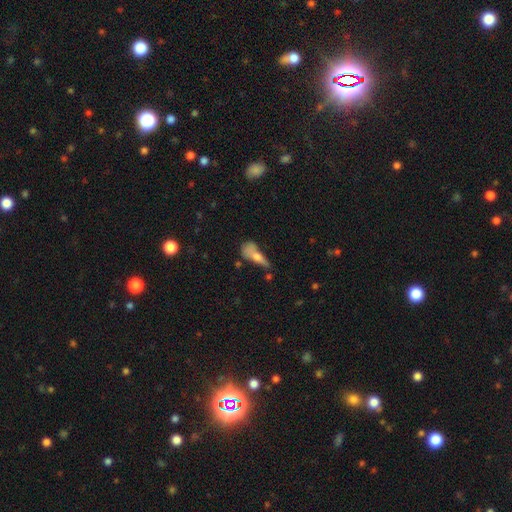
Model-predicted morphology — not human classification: This is likely a smooth galaxy (63%). How rounded: possibly in between (55%). Merging: marginally major disturbance (31%).